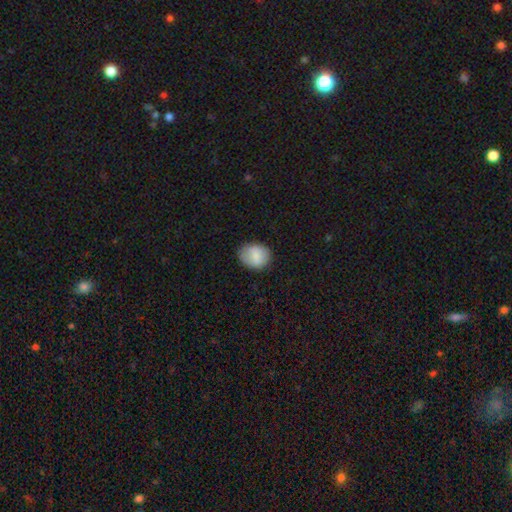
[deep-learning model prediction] A smooth galaxy with no disk features (81%) that is round (55%).

Vote fractions:
- Smooth or featured? smooth: 81% / featured or disk: 12% / star or artifact: 7%
- How rounded? round: 55% / in between: 44% / cigar-shaped: 1%
- Merging? none: 80% / minor disturbance: 15% / major disturbance: 4% / merger: 1%